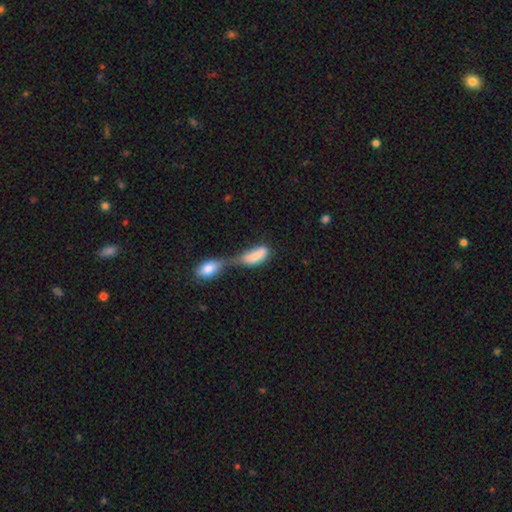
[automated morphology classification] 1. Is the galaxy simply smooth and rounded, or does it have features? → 80% smooth, 14% featured or disk, 7% star or artifact.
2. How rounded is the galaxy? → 80% in between, 17% cigar-shaped, 3% round.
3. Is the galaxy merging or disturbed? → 76% merger, 11% none, 7% minor disturbance, 7% major disturbance.